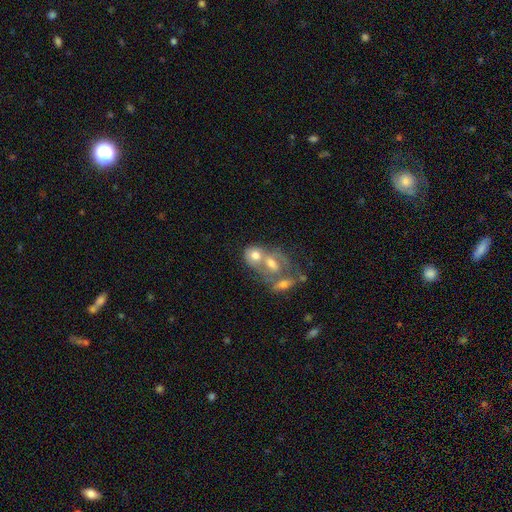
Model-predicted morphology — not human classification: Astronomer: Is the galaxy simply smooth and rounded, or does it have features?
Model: smooth — 54% (runner-up: featured or disk, 35%).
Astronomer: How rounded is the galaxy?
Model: in between — 55% (runner-up: round, 43%).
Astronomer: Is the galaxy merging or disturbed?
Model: merger — 70%.